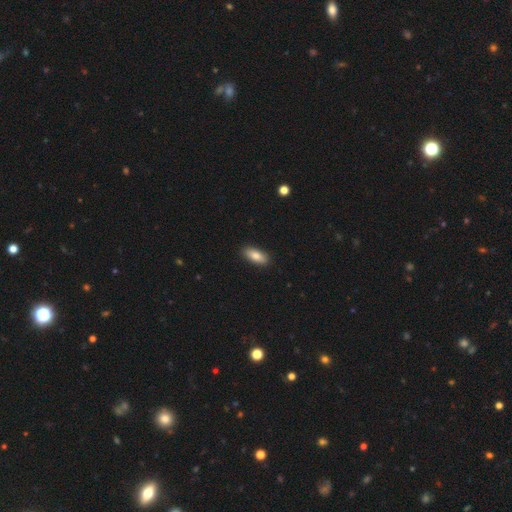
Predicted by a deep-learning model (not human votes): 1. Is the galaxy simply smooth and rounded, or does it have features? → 83% smooth, 11% featured or disk, 6% star or artifact.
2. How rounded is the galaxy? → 81% in between, 17% cigar-shaped, 2% round.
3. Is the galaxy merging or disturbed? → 89% none, 8% minor disturbance, 2% major disturbance, 1% merger.